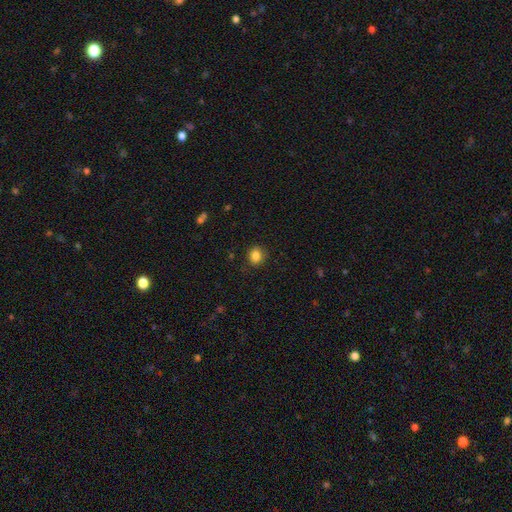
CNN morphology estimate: Overall: smooth (84%). How rounded: round (70%). Merging: none (86%).